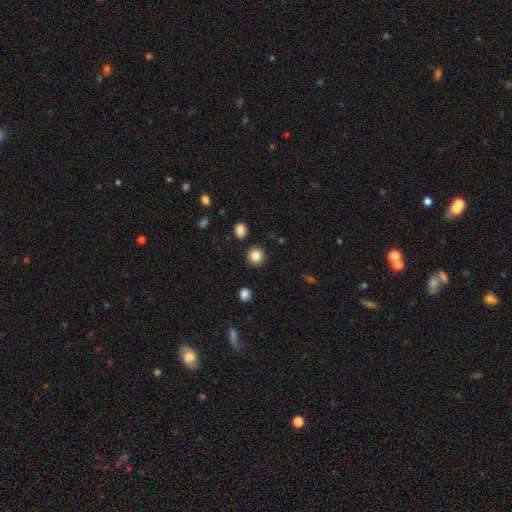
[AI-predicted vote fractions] This is clearly a smooth galaxy (85%). How rounded: clearly round (92%). Merging: clearly none (91%).